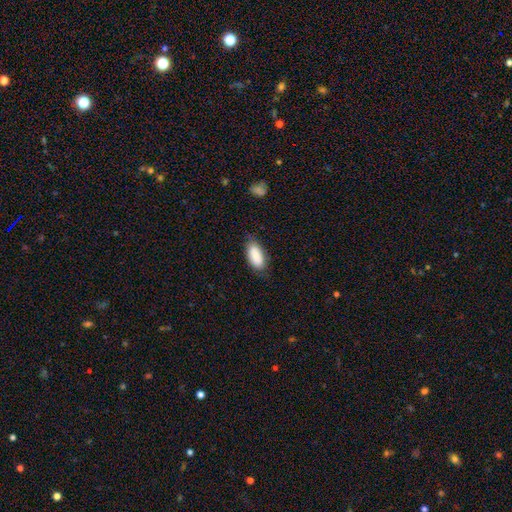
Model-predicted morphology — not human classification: A smooth galaxy with no disk features (86%) that is in between round and cigar-shaped (91%).

Vote fractions:
- Smooth or featured? smooth: 86% / featured or disk: 8% / star or artifact: 6%
- How rounded? in between: 91% / cigar-shaped: 7% / round: 2%
- Merging? none: 76% / minor disturbance: 19% / major disturbance: 4% / merger: 1%